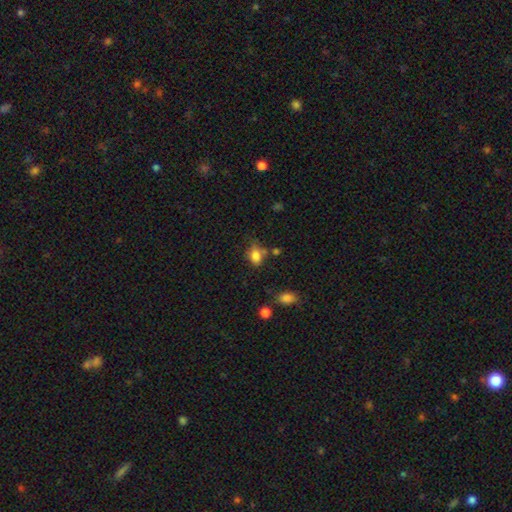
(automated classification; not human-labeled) smooth_or_featured: smooth (p=0.81) [alt: star or artifact p=0.11]
how_rounded: in between (p=0.72) [alt: round p=0.26]
merging: none (p=0.56) [alt: minor disturbance p=0.25]